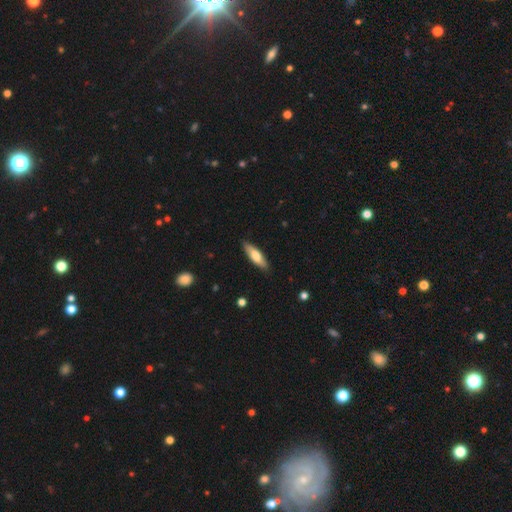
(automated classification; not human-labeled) smooth-or-featured: smooth: 68% | featured or disk: 27% | star or artifact: 5%
  how-rounded: cigar-shaped: 55% | in between: 43% | round: 2%
  merging: none: 86% | minor disturbance: 11% | major disturbance: 2% | merger: 1%